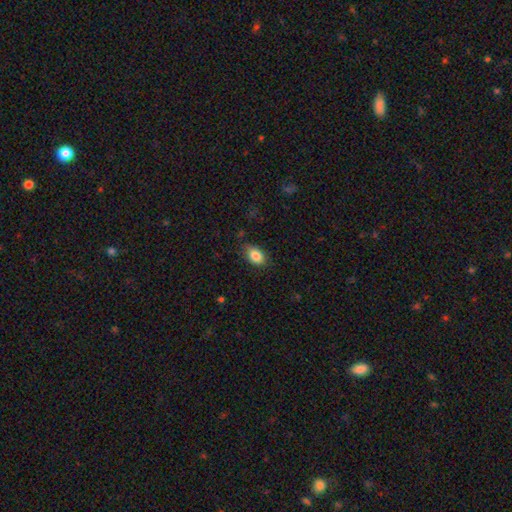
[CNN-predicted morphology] Smooth or featured?
  - smooth: 85% *
  - star or artifact: 8%
  - featured or disk: 7%
How rounded?
  - in between: 86% *
  - round: 12%
  - cigar-shaped: 2%
Merging?
  - none: 82% *
  - minor disturbance: 14%
  - major disturbance: 3%
  - merger: 1%